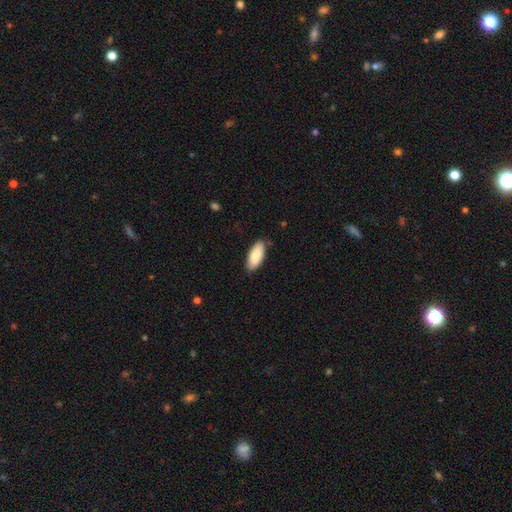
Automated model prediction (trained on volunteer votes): A smooth galaxy with no disk features (83%) that is in between round and cigar-shaped (85%). Merging: none (86%).